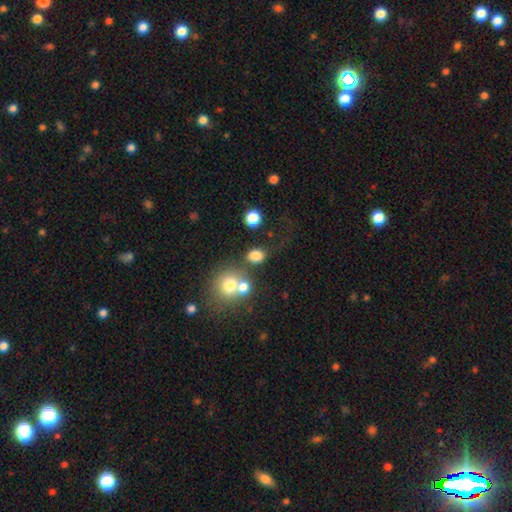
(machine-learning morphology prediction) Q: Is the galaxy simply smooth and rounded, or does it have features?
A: smooth — 79%.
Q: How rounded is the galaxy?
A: round — 52%.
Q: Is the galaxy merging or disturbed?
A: none — 56%.